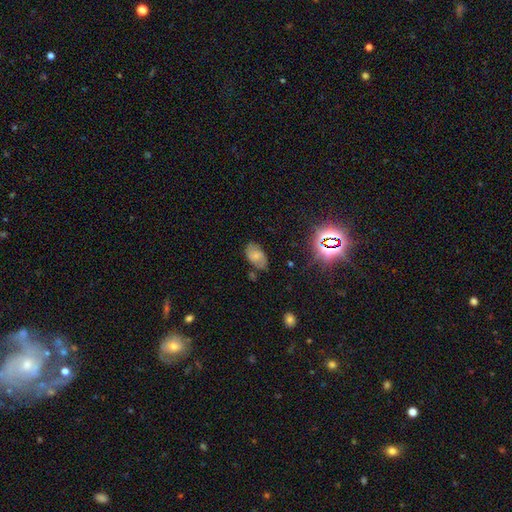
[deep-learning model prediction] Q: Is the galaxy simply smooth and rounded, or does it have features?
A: smooth — 59%.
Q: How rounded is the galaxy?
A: in between — 91%.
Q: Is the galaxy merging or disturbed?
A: none — 70%.